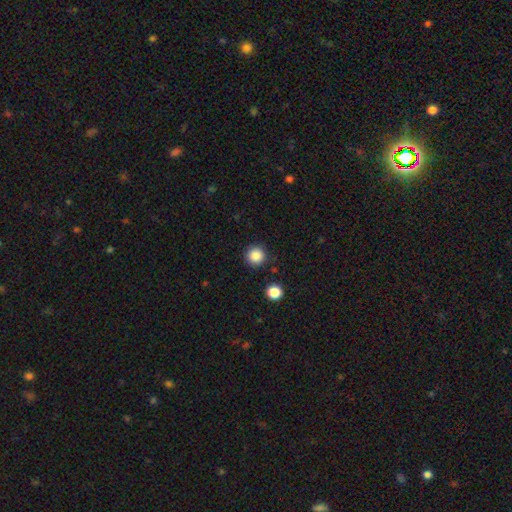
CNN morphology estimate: This is clearly a smooth galaxy (86%). How rounded: clearly round (95%). Merging: clearly none (89%).